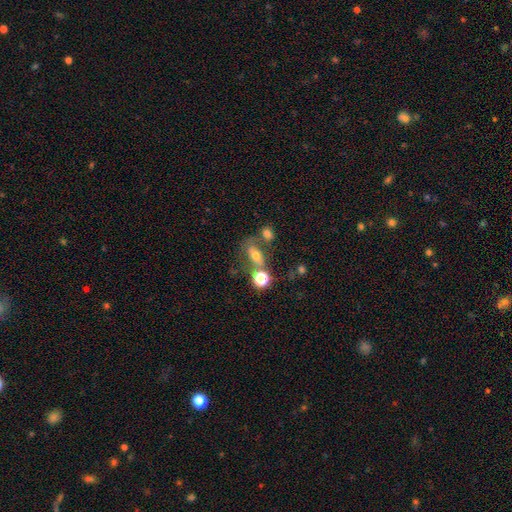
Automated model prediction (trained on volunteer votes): The model was most divided on "merging": none: 46%, merger: 27%, minor disturbance: 15%, major disturbance: 12%. More confident: how rounded — in between (72%); smooth or featured — smooth (54%).